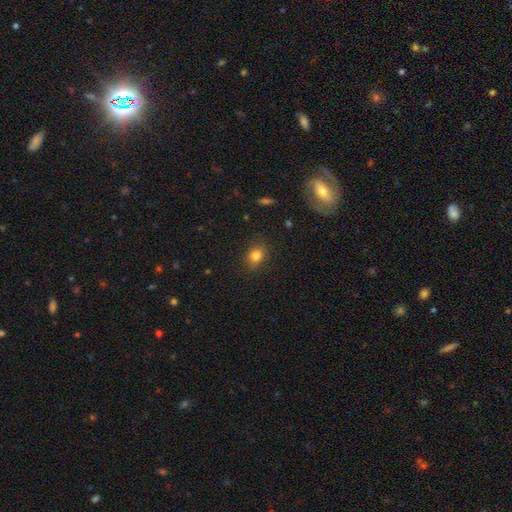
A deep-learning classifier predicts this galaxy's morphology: Overall: smooth (81%). How rounded: in between (51%; round 47%). Merging: none (85%).